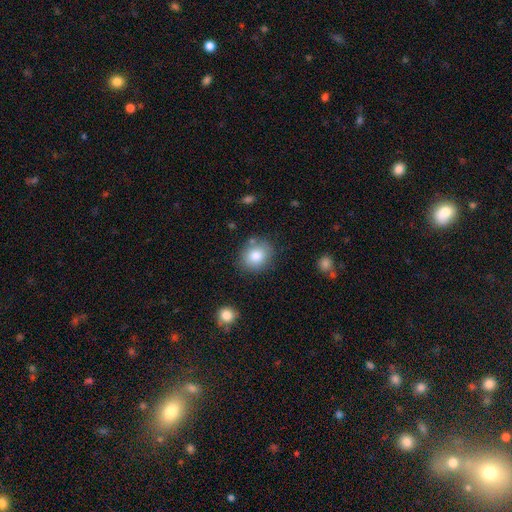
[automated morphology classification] Overall: smooth (82%). How rounded: round (66%; in between 33%). Merging: none (78%).